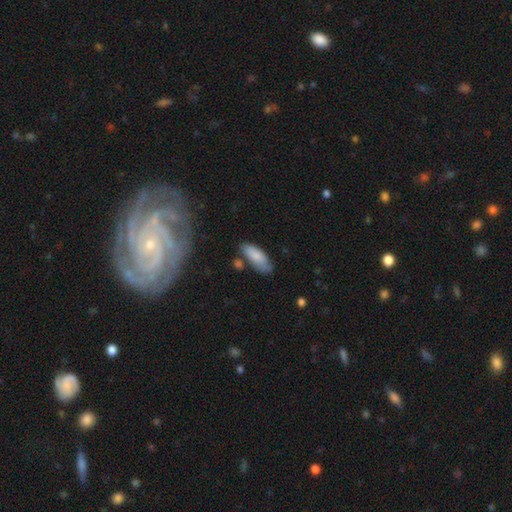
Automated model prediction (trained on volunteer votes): Smooth or featured?
  - smooth: 84% *
  - featured or disk: 11%
  - star or artifact: 6%
How rounded?
  - in between: 77% *
  - cigar-shaped: 21%
  - round: 2%
Merging?
  - none: 65% *
  - minor disturbance: 21%
  - merger: 8%
  - major disturbance: 5%